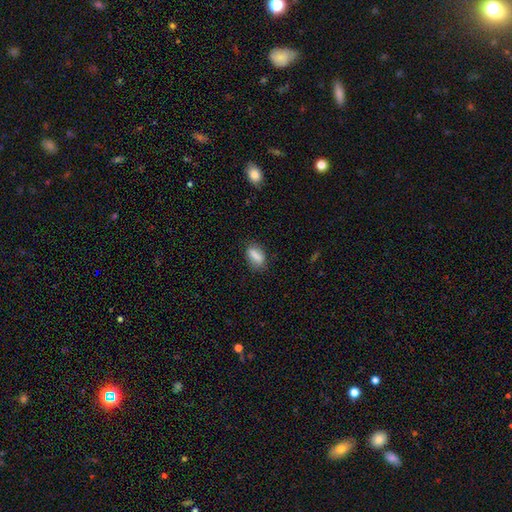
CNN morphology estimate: Overall: smooth (80%). How rounded: in between (73%). Merging: none (79%).